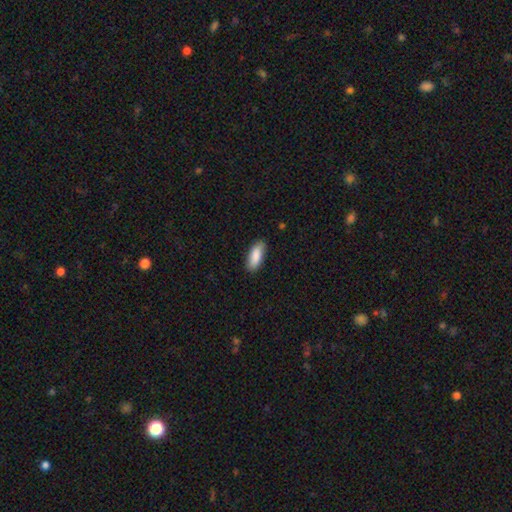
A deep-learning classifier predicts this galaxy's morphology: type=smooth (87%); roundness=in between (77%); merging=none (85%).